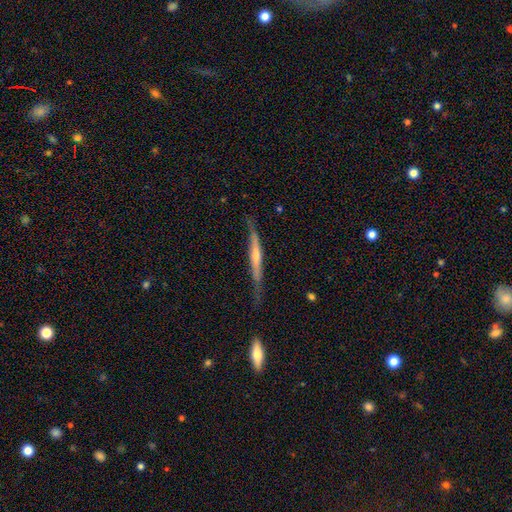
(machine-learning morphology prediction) smooth-or-featured: featured or disk: 74% | smooth: 19% | star or artifact: 7%
  disk-edge-on: yes: 96% | no: 4%
    edge-on-bulge: rounded: 69% | none: 21% | boxy: 10%
  merging: none: 77% | minor disturbance: 18% | major disturbance: 4% | merger: 2%